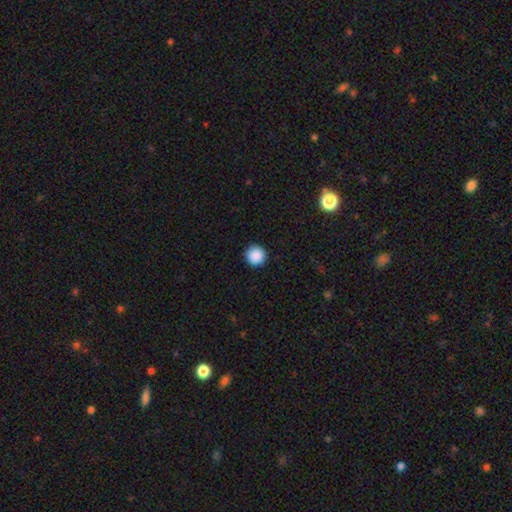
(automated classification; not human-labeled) A smooth galaxy with no disk features (89%) that is round (96%).

Vote fractions:
- Smooth or featured? smooth: 89% / star or artifact: 9% / featured or disk: 2%
- How rounded? round: 96% / in between: 3% / cigar-shaped: 1%
- Merging? none: 93% / minor disturbance: 5% / major disturbance: 2% / merger: 1%